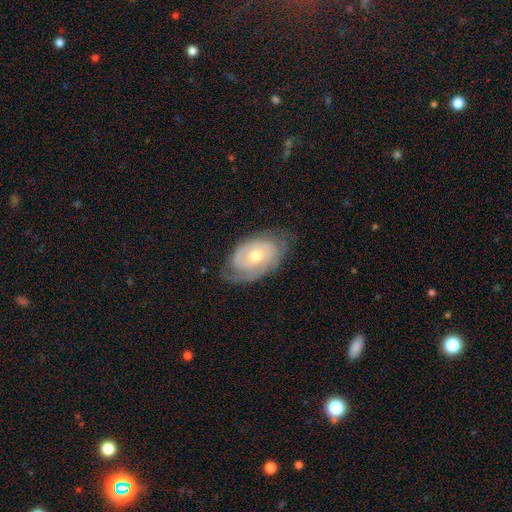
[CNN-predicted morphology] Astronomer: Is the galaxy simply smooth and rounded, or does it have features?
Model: featured or disk — 76%.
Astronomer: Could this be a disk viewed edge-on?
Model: no — 95%.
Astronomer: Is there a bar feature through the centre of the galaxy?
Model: no — 73%.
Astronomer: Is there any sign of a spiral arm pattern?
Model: yes — 87%.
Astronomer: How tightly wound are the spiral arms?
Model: tight — 65%.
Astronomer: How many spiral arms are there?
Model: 2 — 47% (runner-up: can't tell, 31%).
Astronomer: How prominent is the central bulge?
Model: moderate — 66%.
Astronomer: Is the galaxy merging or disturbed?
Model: none — 69%.